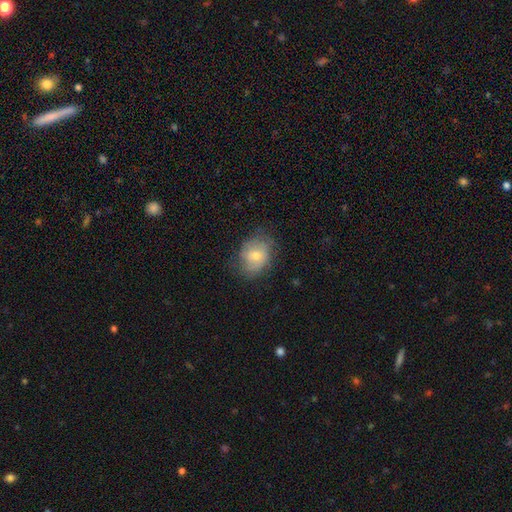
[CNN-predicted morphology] Smooth or featured? Predicted: smooth (p=0.59). How rounded? Predicted: in between (p=0.51). Merging? Predicted: none (p=0.68).